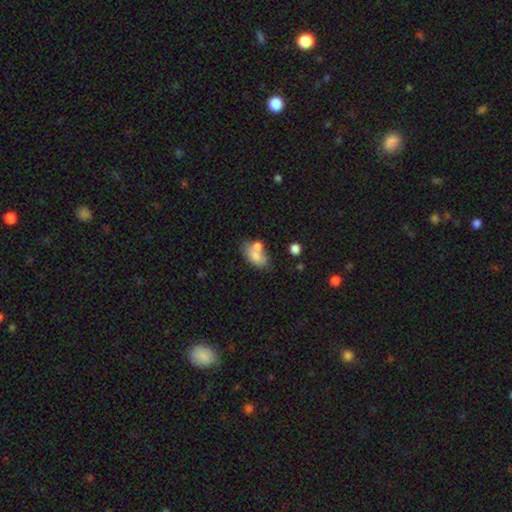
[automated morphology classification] Smooth or featured?
  - smooth: 73% *
  - featured or disk: 18%
  - star or artifact: 9%
How rounded?
  - in between: 88% *
  - round: 10%
  - cigar-shaped: 3%
Merging?
  - none: 40% *
  - merger: 35%
  - minor disturbance: 17%
  - major disturbance: 8%